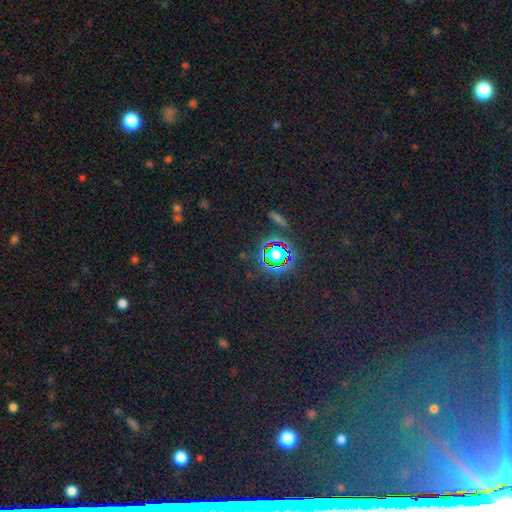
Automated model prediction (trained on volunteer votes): Smooth or featured?
  - star or artifact: 76% *
  - smooth: 15%
  - featured or disk: 9%